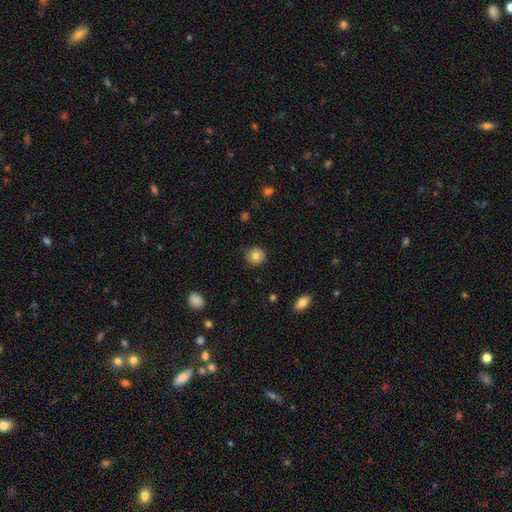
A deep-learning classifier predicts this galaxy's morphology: The model was most divided on "smooth or featured": smooth: 83%, star or artifact: 9%, featured or disk: 8%. More confident: how rounded — round (91%); merging — none (89%).